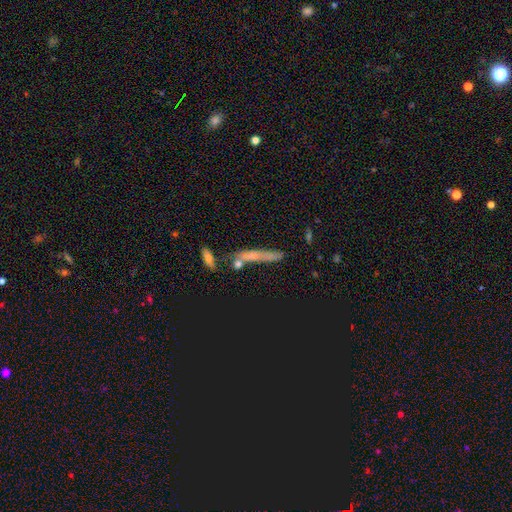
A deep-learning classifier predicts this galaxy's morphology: A smooth galaxy with no disk features (52%) that is cigar-shaped (85%).

Vote fractions:
- Smooth or featured? smooth: 52% / featured or disk: 27% / star or artifact: 20%
- How rounded? cigar-shaped: 85% / in between: 10% / round: 5%
- Merging? none: 64% / minor disturbance: 17% / merger: 13% / major disturbance: 7%